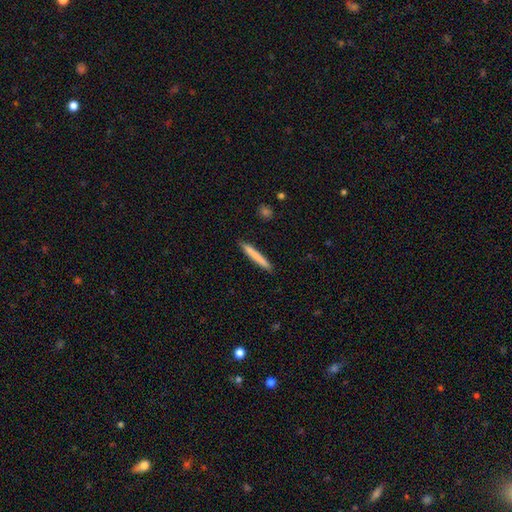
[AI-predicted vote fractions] Overall: smooth (77%). How rounded: cigar-shaped (96%). Merging: none (91%).